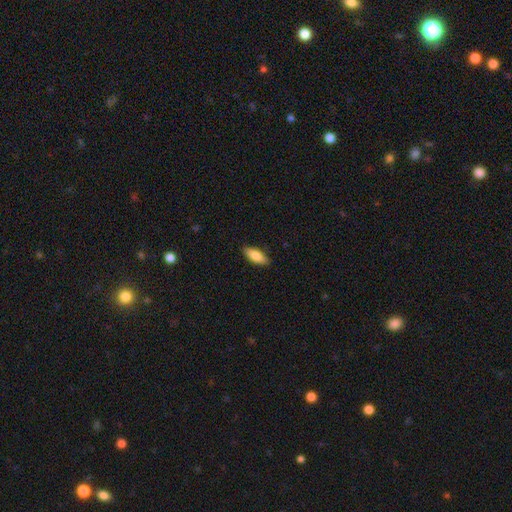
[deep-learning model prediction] Overall: smooth (84%). How rounded: in between (72%). Merging: none (87%).